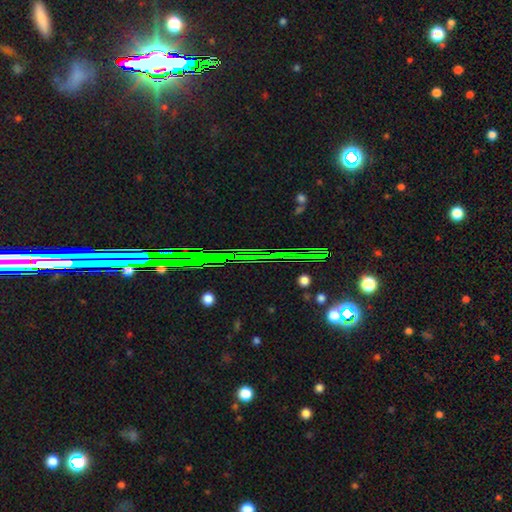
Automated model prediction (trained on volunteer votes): Smooth or featured? Predicted: star or artifact (p=0.79).